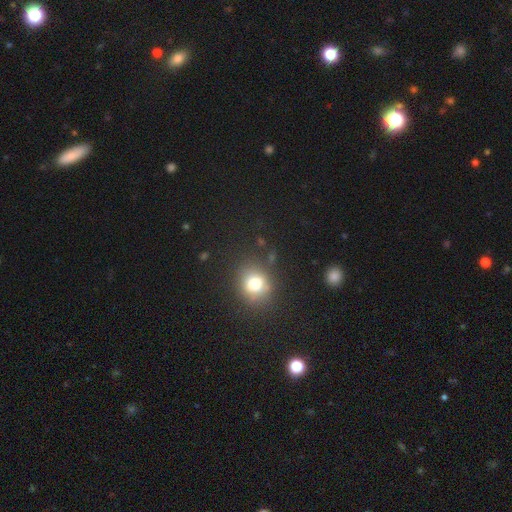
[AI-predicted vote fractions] Q: Smooth or featured?
A: smooth (62%); runner-up: star or artifact (31%)
Q: How rounded?
A: round (84%); runner-up: in between (15%)
Q: Merging?
A: none (87%); runner-up: minor disturbance (8%)